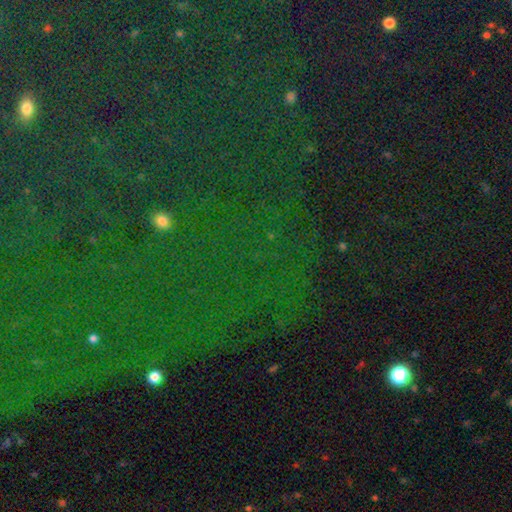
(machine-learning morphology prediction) Overall: star or artifact (82%).